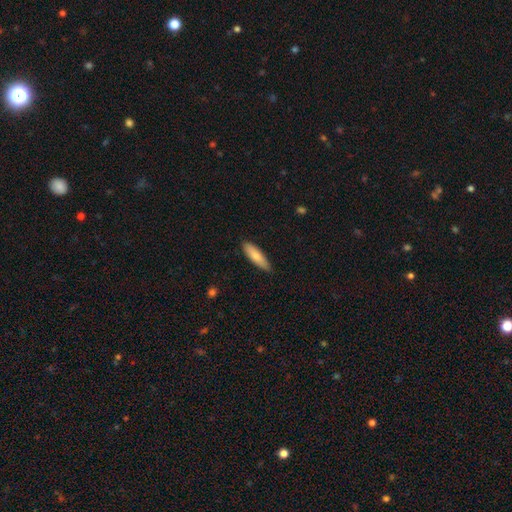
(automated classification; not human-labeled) Morphology: type=smooth (78%); roundness=cigar-shaped (59%); merging=none (82%).